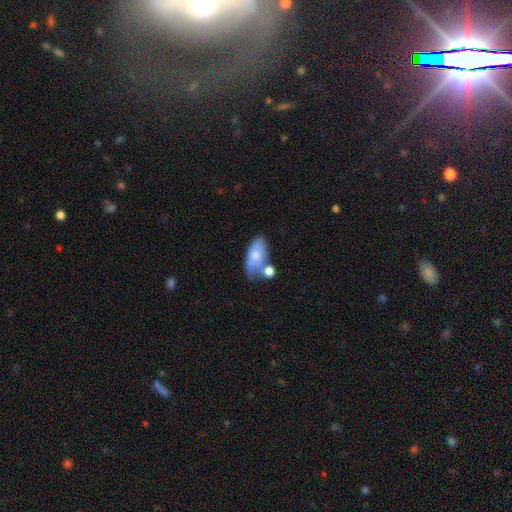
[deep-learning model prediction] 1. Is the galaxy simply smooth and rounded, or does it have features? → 64% smooth, 28% featured or disk, 7% star or artifact.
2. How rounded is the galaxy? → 90% in between, 6% round, 5% cigar-shaped.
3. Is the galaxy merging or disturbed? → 35% merger, 31% none, 21% minor disturbance, 13% major disturbance.